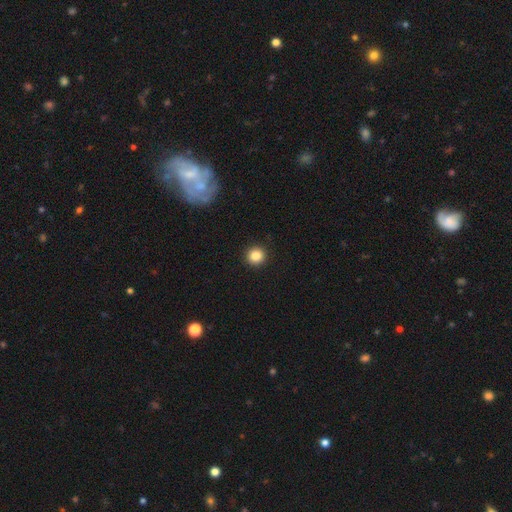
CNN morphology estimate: Overall: smooth (85%). How rounded: round (94%). Merging: none (93%).